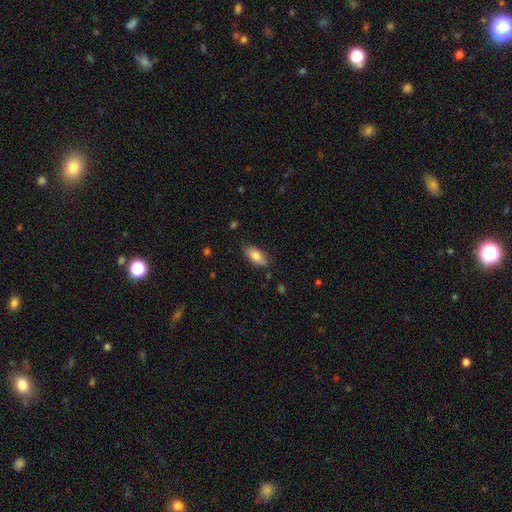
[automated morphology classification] The model was most divided on "merging": none: 81%, minor disturbance: 15%, major disturbance: 3%, merger: 1%. More confident: how rounded — in between (89%); smooth or featured — smooth (82%).